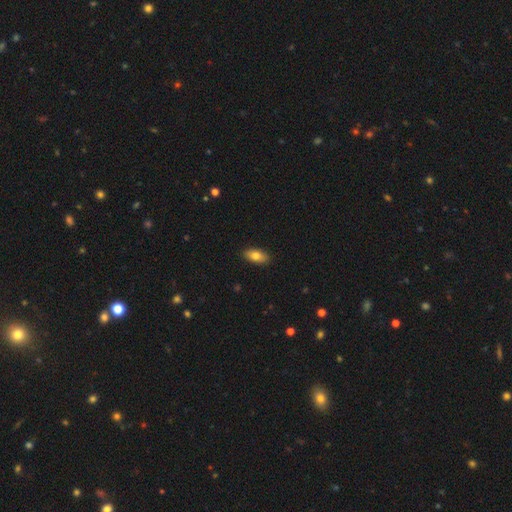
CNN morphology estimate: smooth 79%, featured or disk 14%, star or artifact 7%. Down the decision tree: how rounded — in between (89%); merging — none (89%).